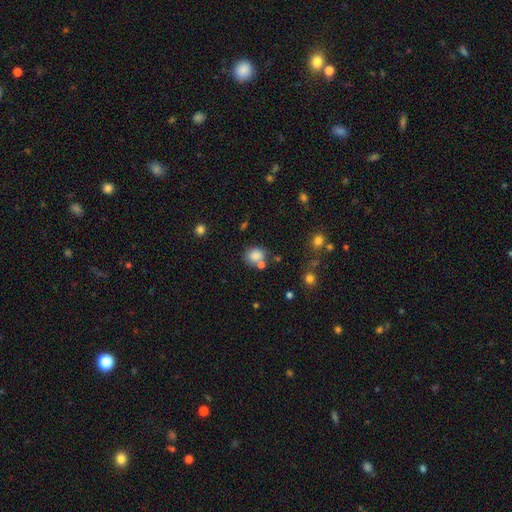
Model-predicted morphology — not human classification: type=smooth (82%); roundness=round (65%); merging=none (58%).